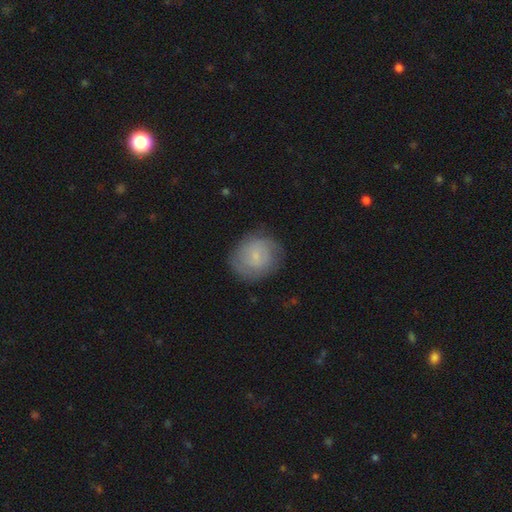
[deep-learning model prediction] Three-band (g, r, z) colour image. It shows a smooth galaxy with no disk features (46%, tied with featured or disk). Merging: none (79%).